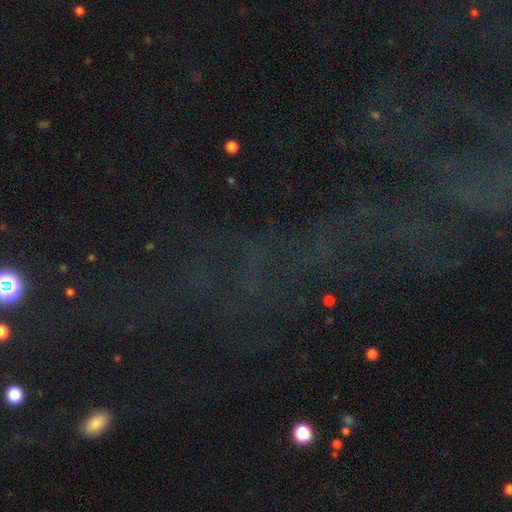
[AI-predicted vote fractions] A star or artifact, not a galaxy (65%).

Vote fractions:
- Smooth or featured? star or artifact: 65% / featured or disk: 19% / smooth: 16%